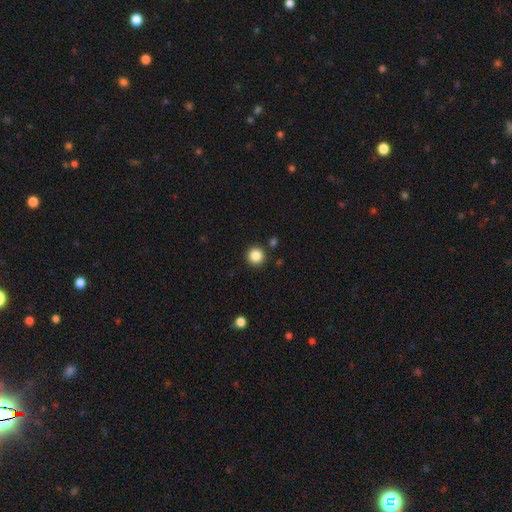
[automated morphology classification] Smooth or featured? Predicted: smooth (p=0.86). How rounded? Predicted: round (p=0.95). Merging? Predicted: none (p=0.90).